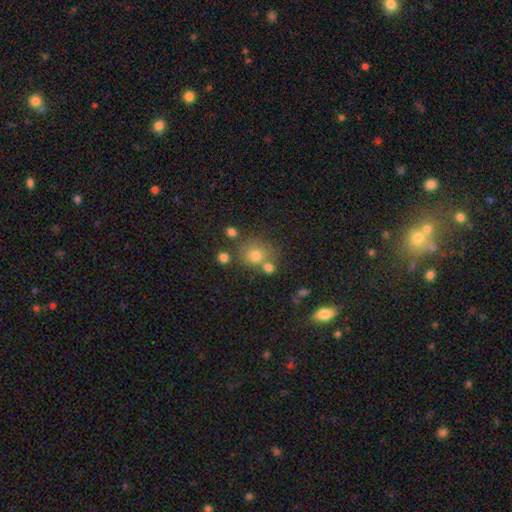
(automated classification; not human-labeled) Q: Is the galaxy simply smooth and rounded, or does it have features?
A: smooth — 72%.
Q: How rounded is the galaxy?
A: round — 79%.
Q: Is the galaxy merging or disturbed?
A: none — 63%.